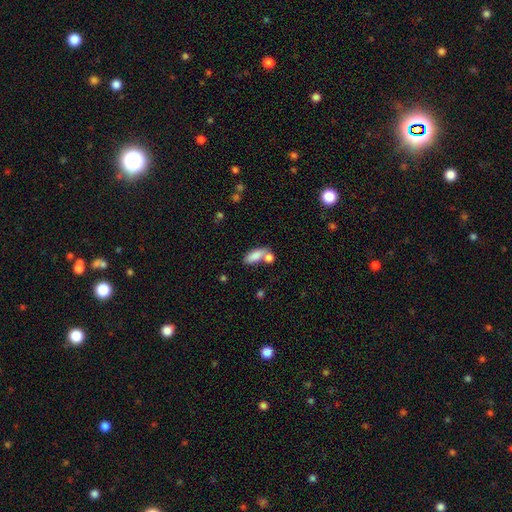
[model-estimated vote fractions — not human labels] This is clearly a smooth galaxy (82%). How rounded: clearly in between (81%). Merging: marginally merger (44%).